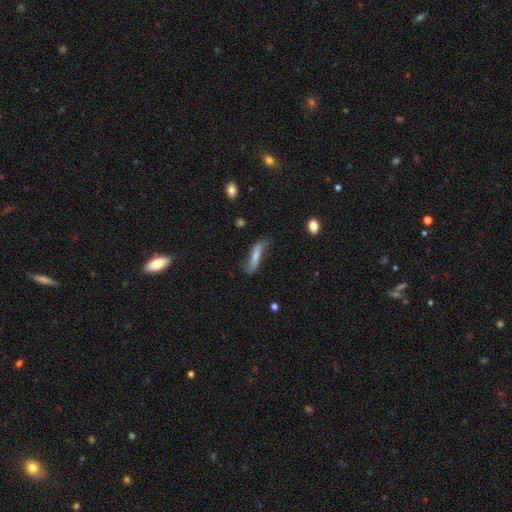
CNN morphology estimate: A featured or disk galaxy (49%). Merging: none (52%).